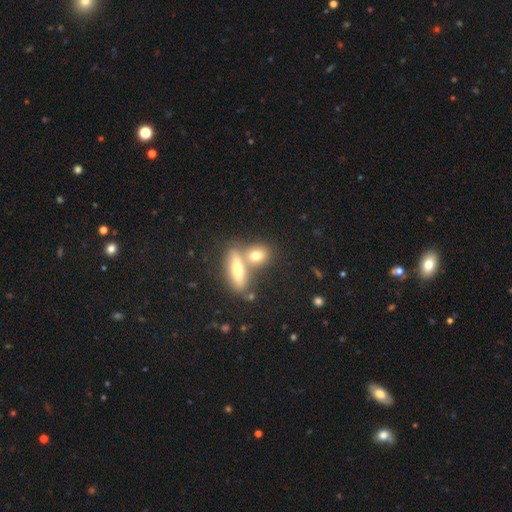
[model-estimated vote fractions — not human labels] smooth-or-featured: smooth: 73% | featured or disk: 19% | star or artifact: 8%
  how-rounded: in between: 53% | round: 33% | cigar-shaped: 14%
  merging: none: 44% | merger: 43% | minor disturbance: 9% | major disturbance: 4%